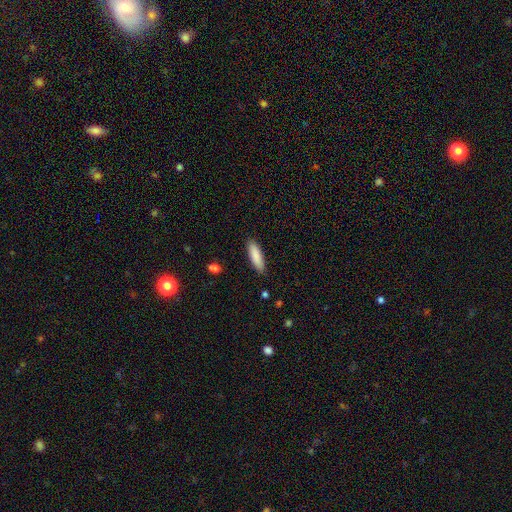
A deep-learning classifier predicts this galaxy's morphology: Smooth or featured: smooth — 87% (featured or disk — 7%)
How rounded: cigar-shaped — 62% (in between — 37%)
Merging: none — 88% (minor disturbance — 9%)